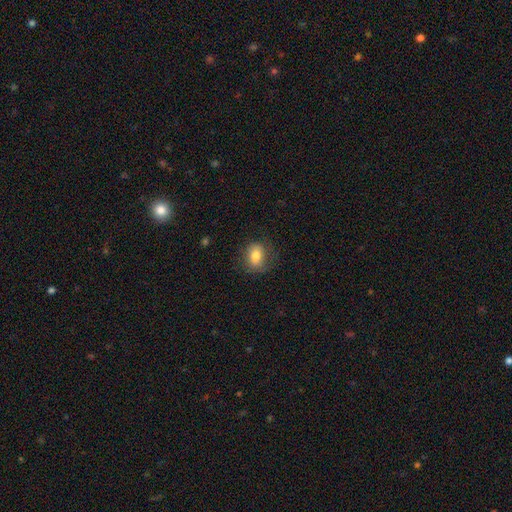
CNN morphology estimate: Smooth or featured?
  - smooth: 79% *
  - featured or disk: 12%
  - star or artifact: 9%
How rounded?
  - in between: 64% *
  - round: 34%
  - cigar-shaped: 2%
Merging?
  - none: 73% *
  - minor disturbance: 19%
  - major disturbance: 7%
  - merger: 1%